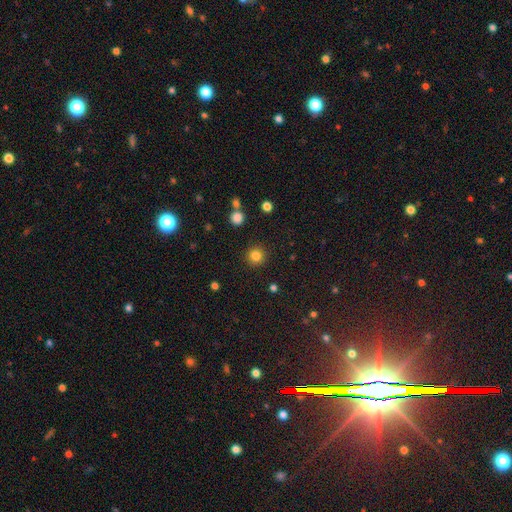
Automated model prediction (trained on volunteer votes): smooth-or-featured: smooth: 83% | star or artifact: 13% | featured or disk: 5%
  how-rounded: round: 94% | in between: 5% | cigar-shaped: 1%
  merging: none: 90% | minor disturbance: 6% | major disturbance: 2% | merger: 2%